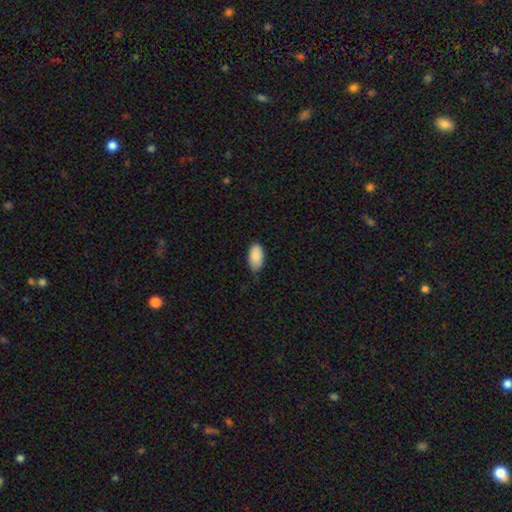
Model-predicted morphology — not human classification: This appears to be a smooth galaxy with no disk features (89%) that is in between round and cigar-shaped (95%). Merging: none (66%).